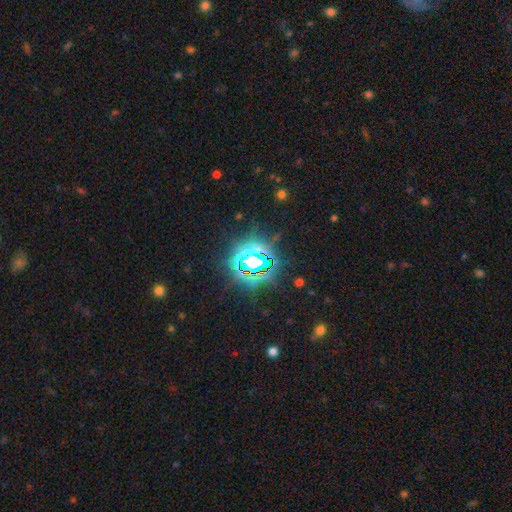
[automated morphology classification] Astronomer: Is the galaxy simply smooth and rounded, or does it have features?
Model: star or artifact — 75%.